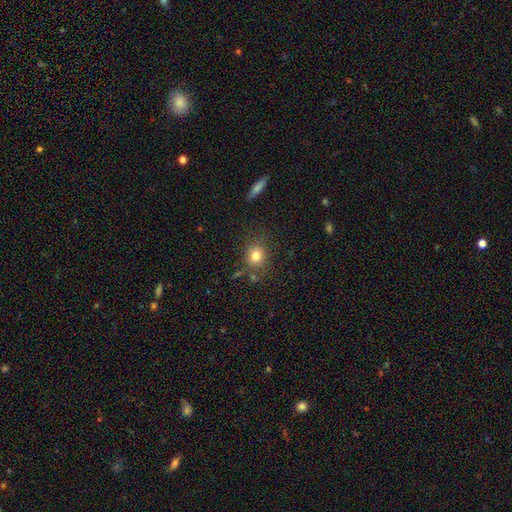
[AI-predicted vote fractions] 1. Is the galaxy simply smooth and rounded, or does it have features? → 79% smooth, 13% star or artifact, 9% featured or disk.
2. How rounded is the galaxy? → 77% round, 22% in between, 1% cigar-shaped.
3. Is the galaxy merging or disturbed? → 77% none, 13% minor disturbance, 5% merger, 5% major disturbance.